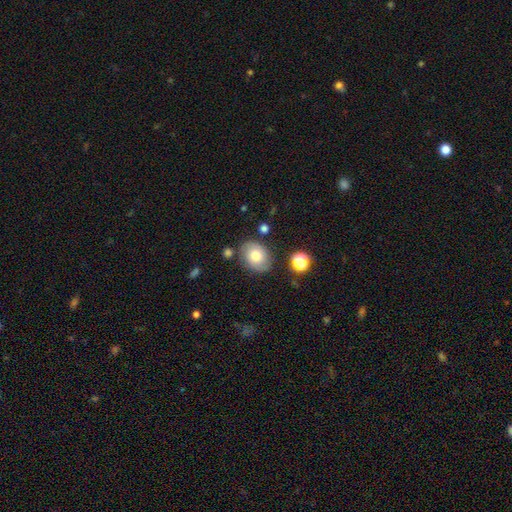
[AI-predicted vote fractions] Q: Smooth or featured?
A: smooth (70%); runner-up: featured or disk (20%)
Q: How rounded?
A: in between (52%); runner-up: round (47%)
Q: Merging?
A: none (77%); runner-up: minor disturbance (14%)